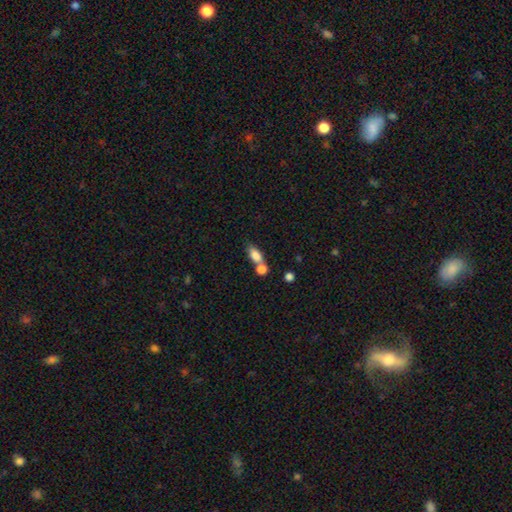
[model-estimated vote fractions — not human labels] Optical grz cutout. It shows a smooth galaxy with no disk features (80%) that is in between round and cigar-shaped (79%). Merging: merger (45%).